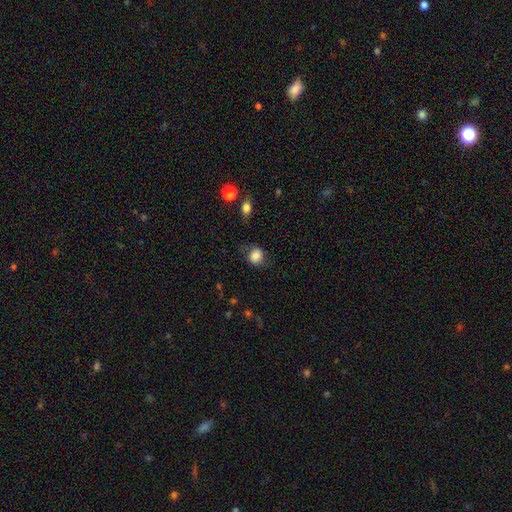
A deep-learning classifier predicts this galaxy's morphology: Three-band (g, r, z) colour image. It shows a smooth galaxy with no disk features (80%) that is round (70%). Merging: none (62%).